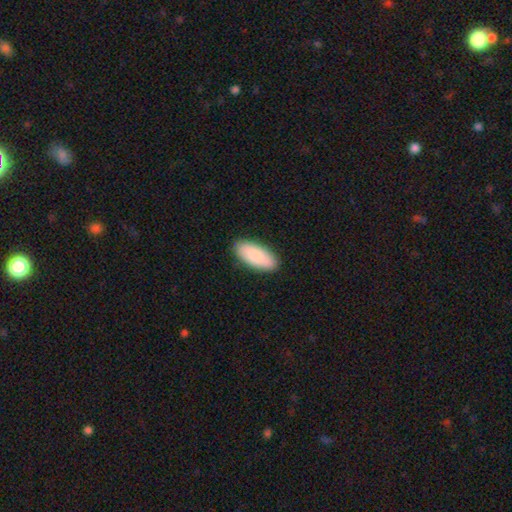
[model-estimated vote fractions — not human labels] smooth_or_featured: smooth (p=0.86) [alt: featured or disk p=0.08]
how_rounded: in between (p=0.87) [alt: cigar-shaped p=0.11]
merging: none (p=0.90) [alt: minor disturbance p=0.08]